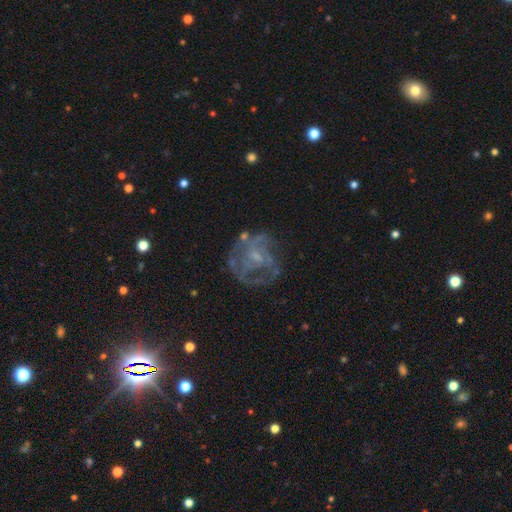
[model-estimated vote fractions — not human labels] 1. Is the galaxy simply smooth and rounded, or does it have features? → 74% featured or disk, 15% smooth, 11% star or artifact.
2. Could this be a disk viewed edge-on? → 98% no, 2% yes.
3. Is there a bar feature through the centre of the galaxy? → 61% no, 32% weak, 6% strong.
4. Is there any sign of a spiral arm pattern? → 62% yes, 38% no.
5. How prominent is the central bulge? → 53% small, 24% none, 21% moderate, 2% large, 1% dominant.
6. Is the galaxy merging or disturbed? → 55% none, 23% major disturbance, 19% minor disturbance, 3% merger.